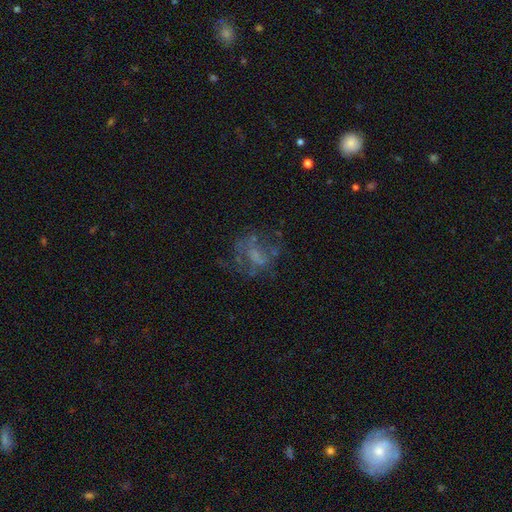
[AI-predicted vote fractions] This appears to be a featured or disk galaxy (54%) with no bar (74%), no spiral arms (71%) and no central bulge (57%). Merging: none (50%).